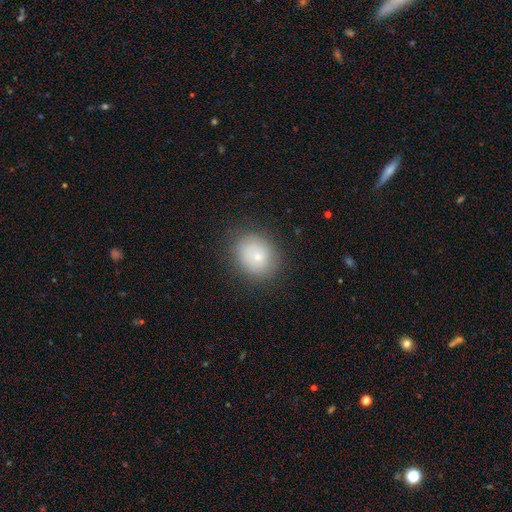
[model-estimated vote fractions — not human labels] This is likely a smooth galaxy (77%). How rounded: likely round (64%). Merging: likely none (80%).